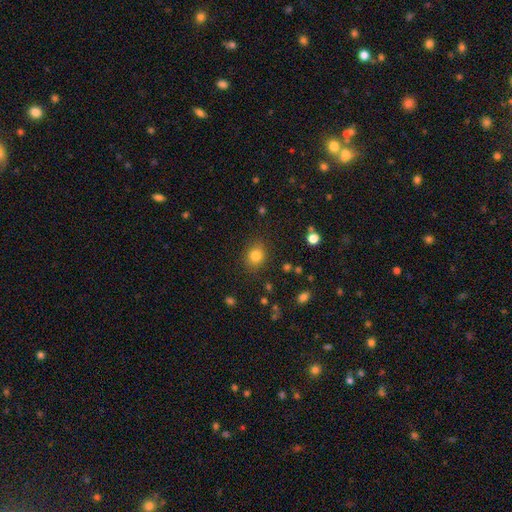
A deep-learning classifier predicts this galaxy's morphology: smooth 82%, star or artifact 12%, featured or disk 6%. Down the decision tree: how rounded — round (70%); merging — none (85%).